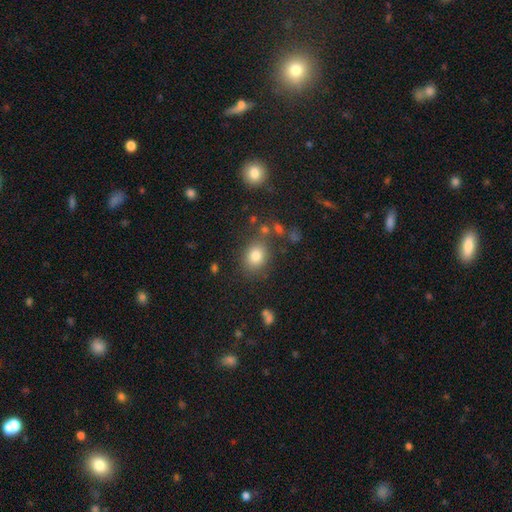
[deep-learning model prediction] Morphology: type=smooth (80%); roundness=round (57%); merging=none (78%).